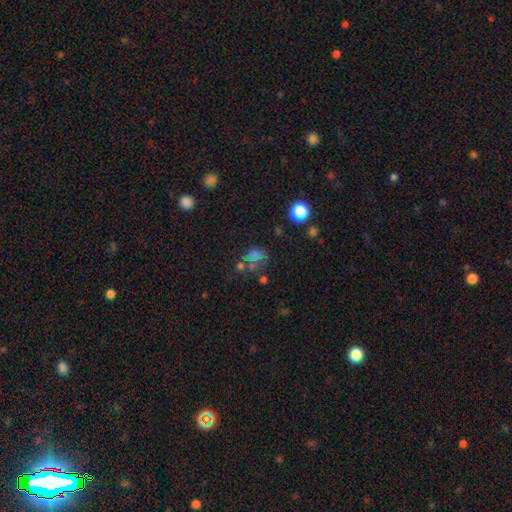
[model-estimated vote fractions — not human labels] Overall: smooth (60%; featured or disk 20%). How rounded: round (50%; in between 49%). Merging: none (34%; merger 27%).